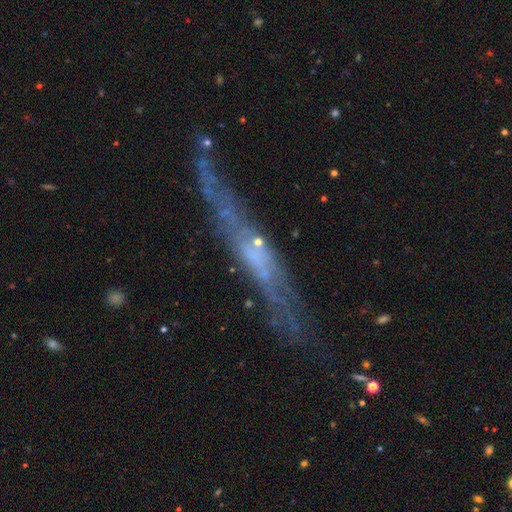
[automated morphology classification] This is likely a featured or disk galaxy (65%). It is likely viewed edge-on (80%). Edge-on bulge: likely none (70%). Merging: likely none (70%).